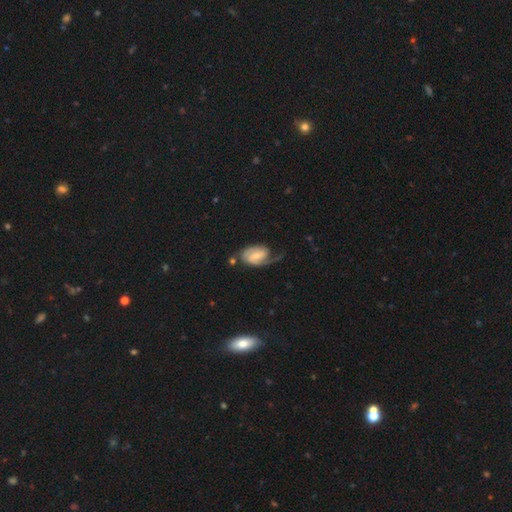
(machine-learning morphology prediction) A featured or disk galaxy (76%) with a weak bar (52%), 2 (62%) medium (40%) spiral arms (94%) and a moderate central bulge (48%). Merging: none (49%).